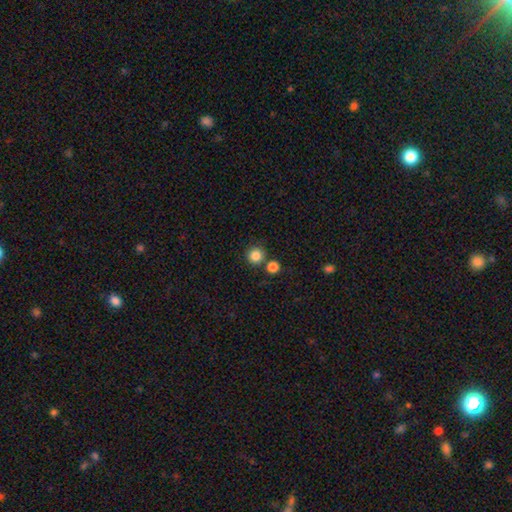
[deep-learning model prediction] smooth 84%, star or artifact 11%, featured or disk 4%. Down the decision tree: how rounded — round (94%); merging — none (78%).